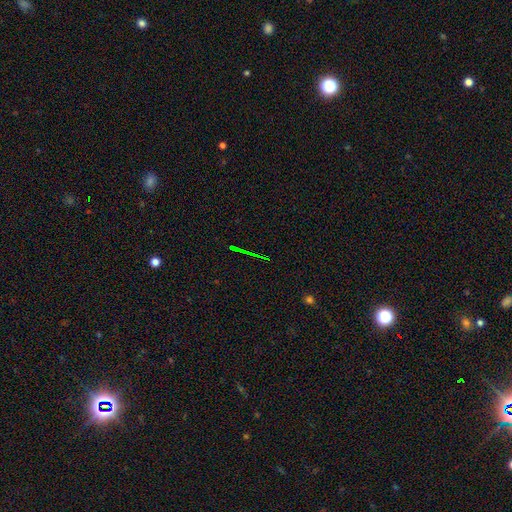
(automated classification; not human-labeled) Smooth or featured? Predicted: star or artifact (p=0.72).